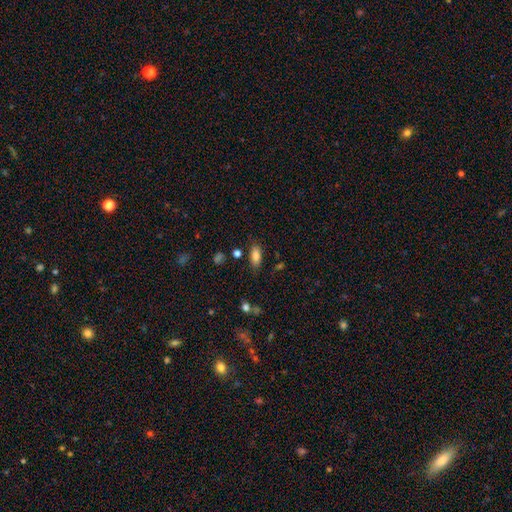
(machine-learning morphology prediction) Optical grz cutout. It shows a smooth galaxy with no disk features (84%) that is in between round and cigar-shaped (84%). Merging: none (79%).